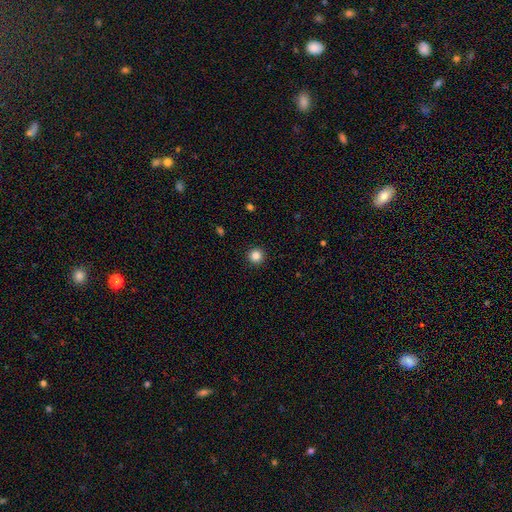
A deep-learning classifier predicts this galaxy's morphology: smooth-or-featured: smooth: 85% | star or artifact: 11% | featured or disk: 4%
  how-rounded: round: 96% | in between: 4% | cigar-shaped: 1%
  merging: none: 93% | minor disturbance: 4% | major disturbance: 2% | merger: 1%